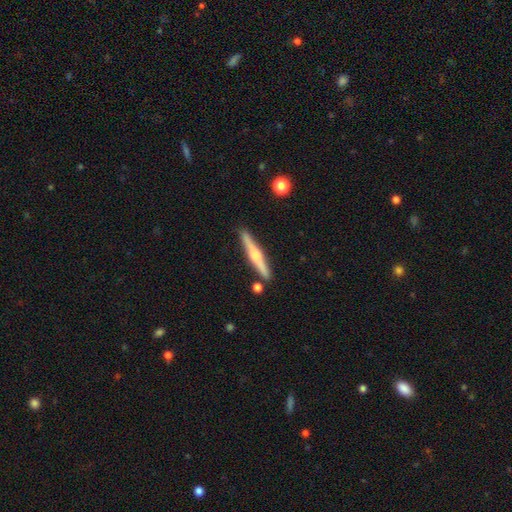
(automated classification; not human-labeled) The model was most divided on "smooth or featured": featured or disk: 62%, smooth: 33%, star or artifact: 5%. More confident: edge-on disk — yes (97%); merging — none (87%); edge-on bulge — rounded (84%).